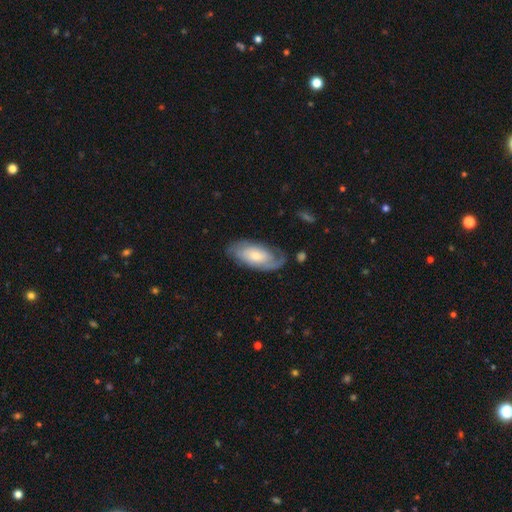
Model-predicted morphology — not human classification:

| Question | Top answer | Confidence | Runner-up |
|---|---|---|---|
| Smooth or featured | featured or disk | 59% | smooth (35%) |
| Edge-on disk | no | 91% | yes (9%) |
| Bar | no | 68% | weak (25%) |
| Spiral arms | yes | 82% | no (18%) |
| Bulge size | small | 48% | moderate (41%) |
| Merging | none | 66% | minor disturbance (21%) |